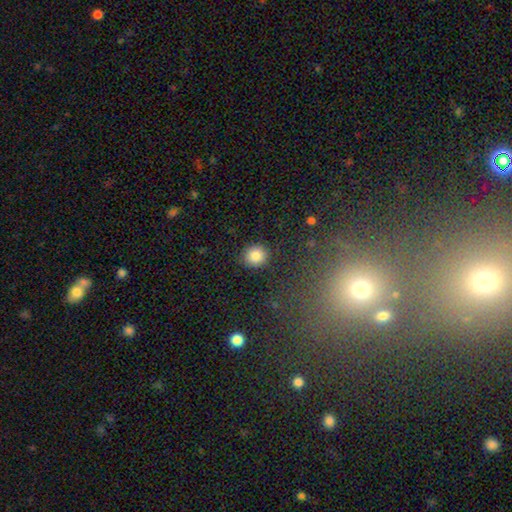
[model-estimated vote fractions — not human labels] A smooth galaxy with no disk features (85%) that is round (86%). Merging: none (89%).